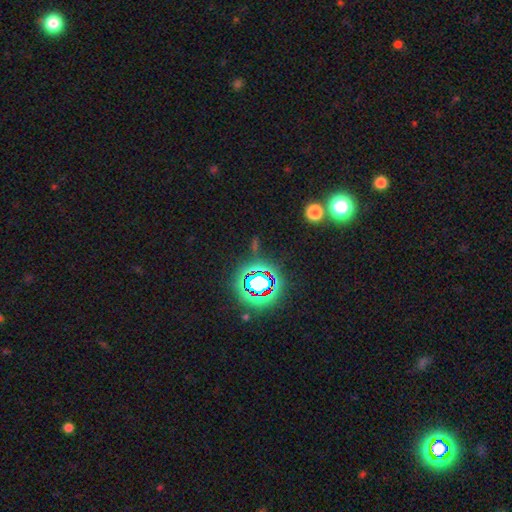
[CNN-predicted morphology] Q: Smooth or featured?
A: star or artifact (76%); runner-up: smooth (15%)